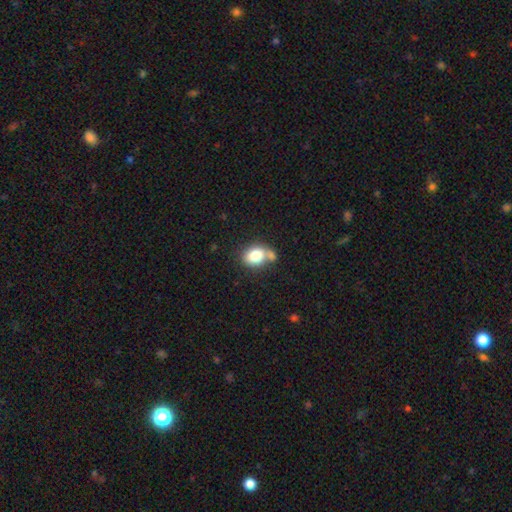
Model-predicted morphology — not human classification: This is likely a smooth galaxy (79%). How rounded: likely in between (64%). Merging: possibly none (49%).